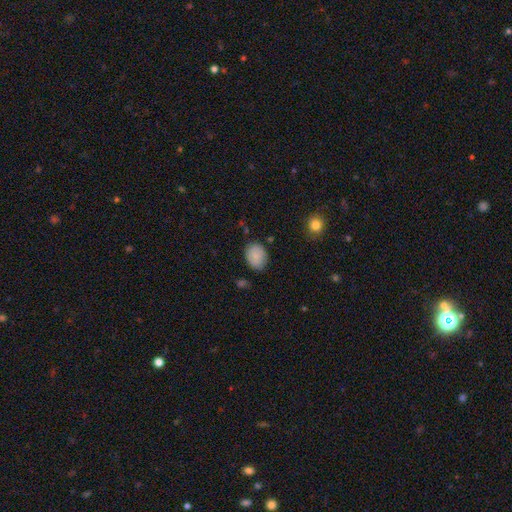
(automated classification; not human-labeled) smooth-or-featured: smooth: 82% | featured or disk: 10% | star or artifact: 7%
  how-rounded: in between: 61% | round: 38% | cigar-shaped: 1%
  merging: none: 79% | minor disturbance: 16% | major disturbance: 3% | merger: 2%